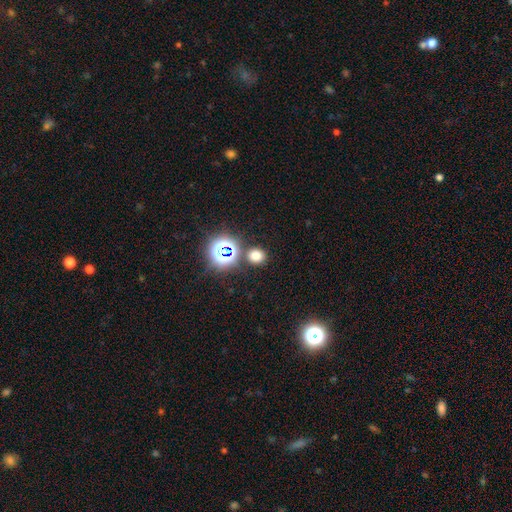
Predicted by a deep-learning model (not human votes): A smooth galaxy with no disk features (70%) that is round (77%). Merging: none (83%).